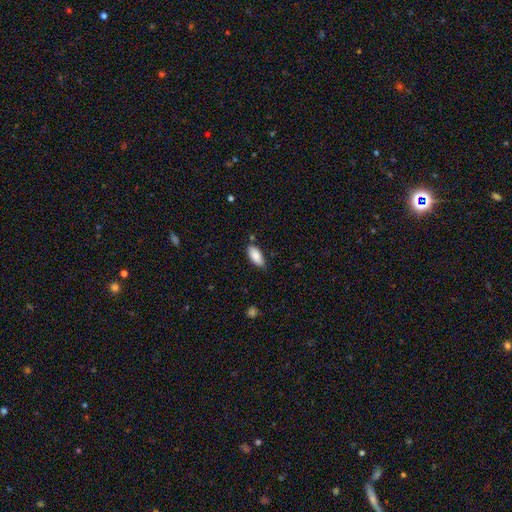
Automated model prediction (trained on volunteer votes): This appears to be a smooth galaxy with no disk features (88%) that is in between round and cigar-shaped (88%). Merging: none (78%).